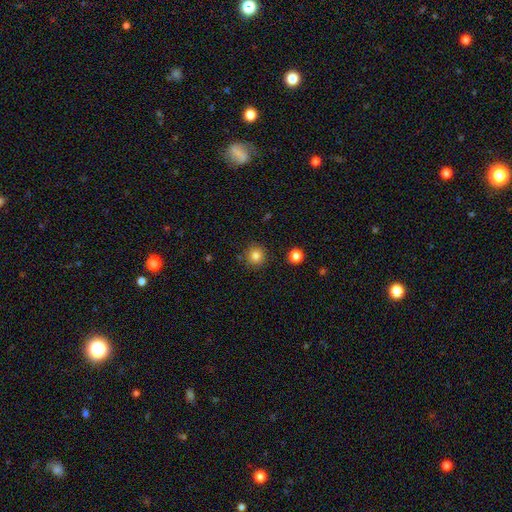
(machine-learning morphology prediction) type=smooth (83%); roundness=round (94%); merging=none (89%).